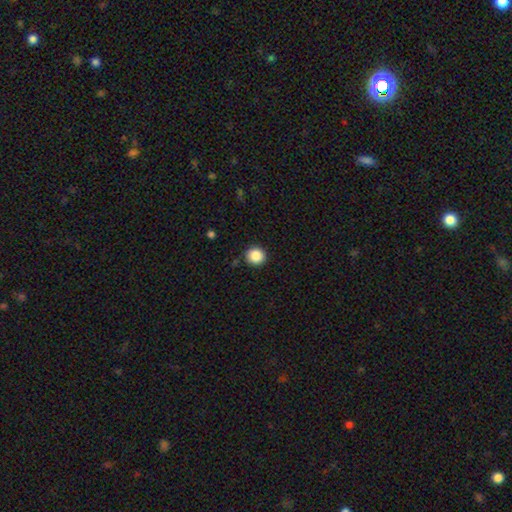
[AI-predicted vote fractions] smooth 87%, star or artifact 10%, featured or disk 4%. Down the decision tree: how rounded — round (93%); merging — none (90%).